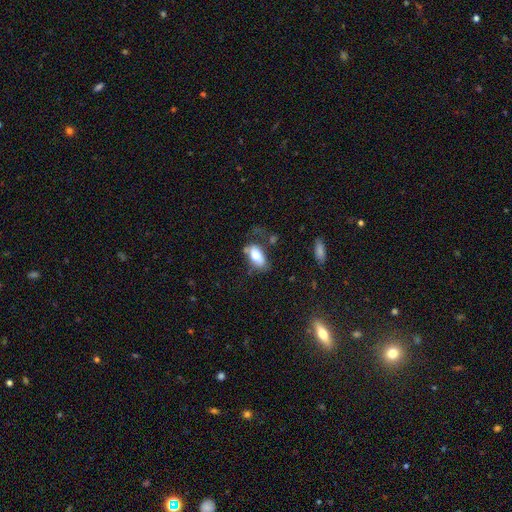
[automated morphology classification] Smooth or featured? Predicted: smooth (p=0.74). How rounded? Predicted: in between (p=0.91). Merging? Predicted: none (p=0.50).